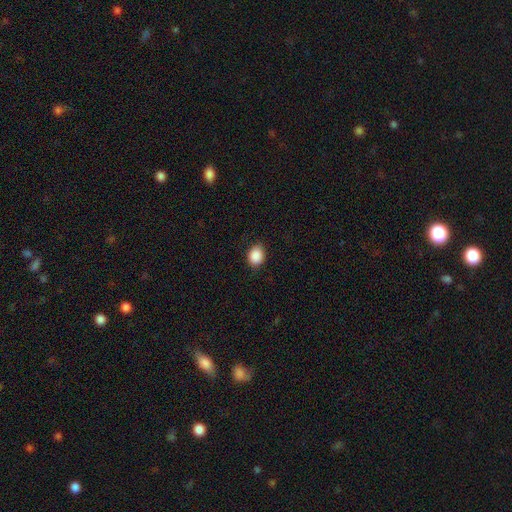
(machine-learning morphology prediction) type=smooth (89%); roundness=in between (52%); merging=none (84%).